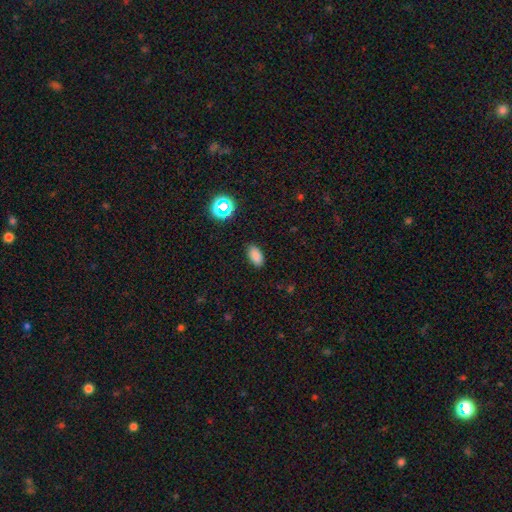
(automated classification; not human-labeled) Overall: smooth (82%). How rounded: in between (92%). Merging: none (87%).